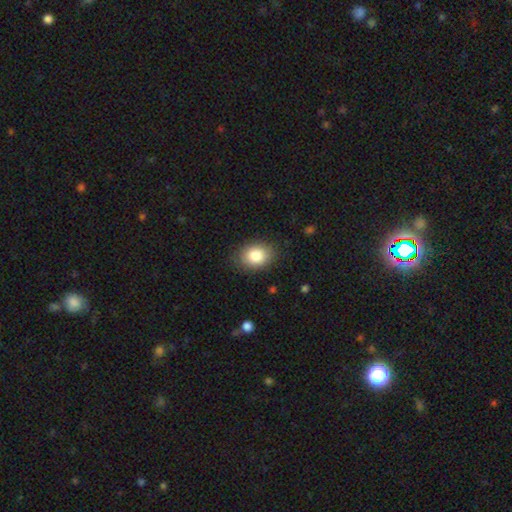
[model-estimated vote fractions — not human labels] Q: Smooth or featured?
A: smooth (84%); runner-up: featured or disk (8%)
Q: How rounded?
A: in between (67%); runner-up: round (32%)
Q: Merging?
A: none (84%); runner-up: minor disturbance (11%)